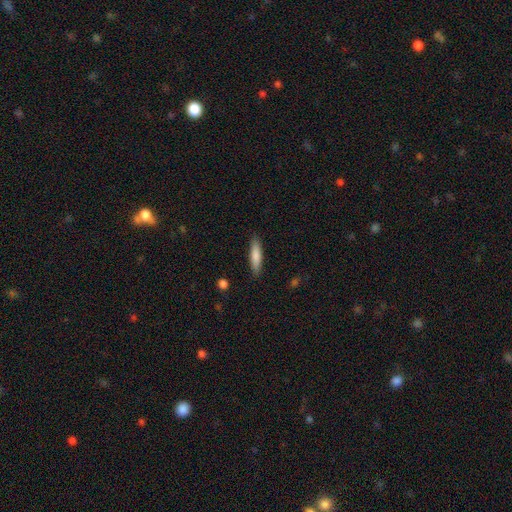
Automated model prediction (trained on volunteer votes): smooth_or_featured: smooth (p=0.80) [alt: featured or disk p=0.14]
how_rounded: cigar-shaped (p=0.78) [alt: in between p=0.20]
merging: none (p=0.88) [alt: minor disturbance p=0.09]